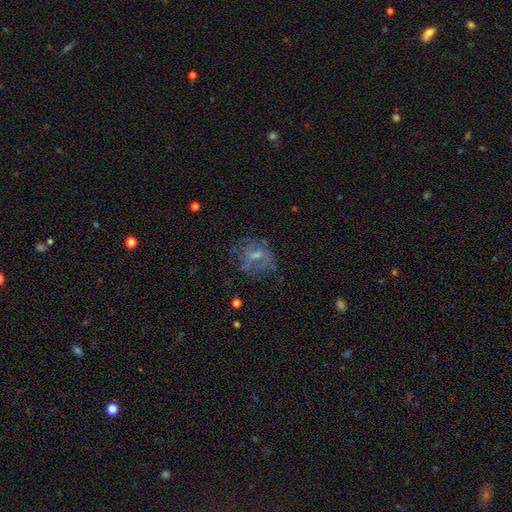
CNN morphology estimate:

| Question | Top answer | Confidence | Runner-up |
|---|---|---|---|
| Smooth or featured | featured or disk | 56% | smooth (31%) |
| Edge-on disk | no | 96% | yes (4%) |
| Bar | no | 47% | weak (42%) |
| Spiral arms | no | 63% | yes (37%) |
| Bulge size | small | 39% | moderate (38%) |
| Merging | none | 51% | major disturbance (25%) |